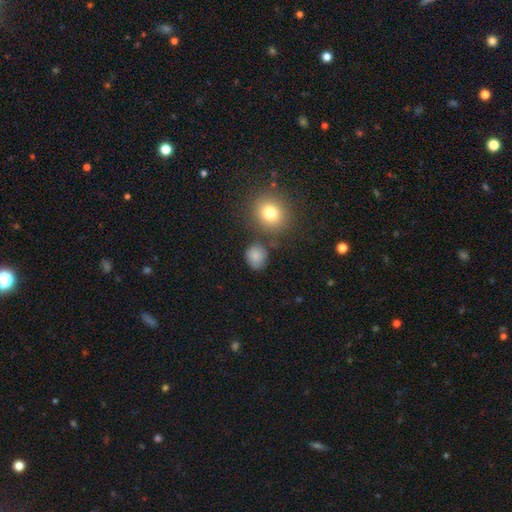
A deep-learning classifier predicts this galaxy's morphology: Smooth or featured? Predicted: smooth (p=0.82). How rounded? Predicted: round (p=0.77). Merging? Predicted: none (p=0.72).